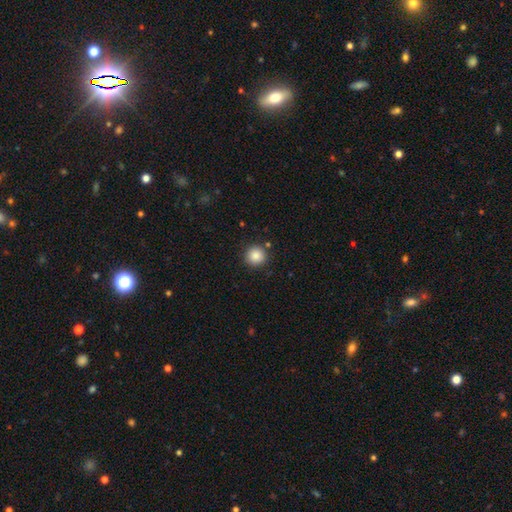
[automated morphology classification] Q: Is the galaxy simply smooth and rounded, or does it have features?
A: smooth — 87%.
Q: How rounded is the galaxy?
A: round — 95%.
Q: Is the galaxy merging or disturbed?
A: none — 89%.